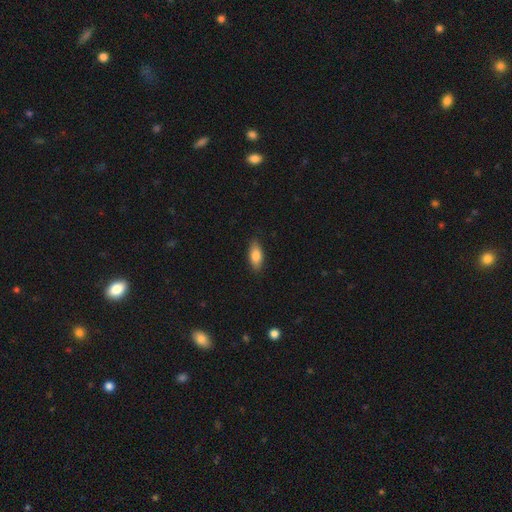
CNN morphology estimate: Q: Smooth or featured?
A: smooth (83%); runner-up: featured or disk (10%)
Q: How rounded?
A: in between (84%); runner-up: cigar-shaped (13%)
Q: Merging?
A: none (86%); runner-up: minor disturbance (11%)